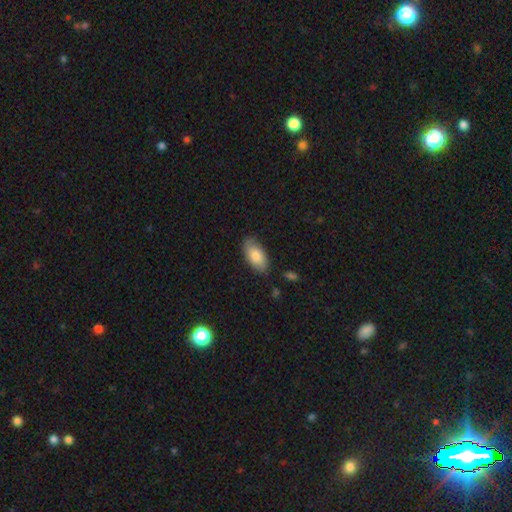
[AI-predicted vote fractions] A smooth galaxy with no disk features (82%) that is in between round and cigar-shaped (93%).

Vote fractions:
- Smooth or featured? smooth: 82% / featured or disk: 12% / star or artifact: 6%
- How rounded? in between: 93% / cigar-shaped: 4% / round: 3%
- Merging? none: 80% / minor disturbance: 16% / major disturbance: 3% / merger: 2%